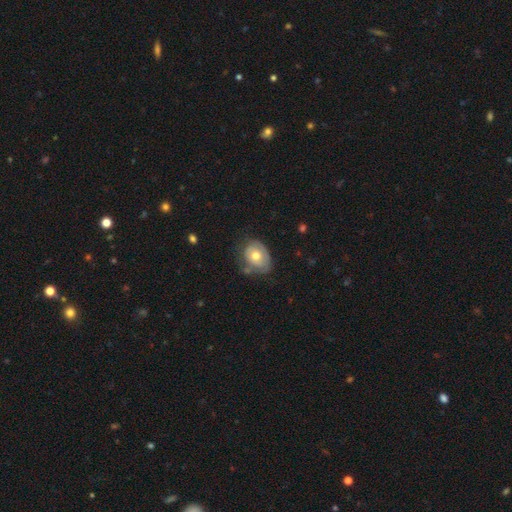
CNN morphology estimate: smooth-or-featured: smooth: 49% | featured or disk: 45% | star or artifact: 7%
  merging: none: 53% | minor disturbance: 31% | major disturbance: 12% | merger: 4%